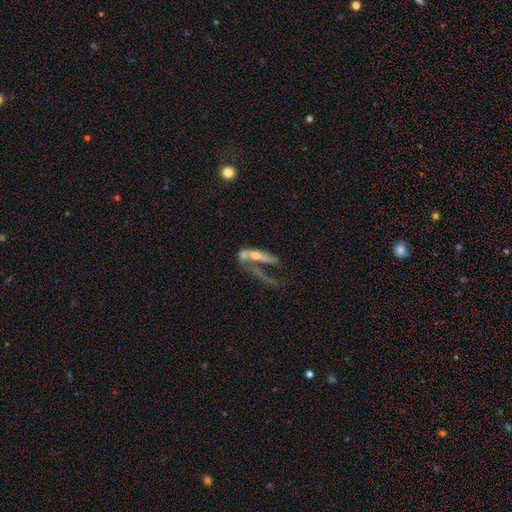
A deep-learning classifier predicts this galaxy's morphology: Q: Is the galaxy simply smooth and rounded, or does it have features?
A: featured or disk — 57%.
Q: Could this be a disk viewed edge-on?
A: no — 59%.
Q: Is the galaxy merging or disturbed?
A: merger — 44%.